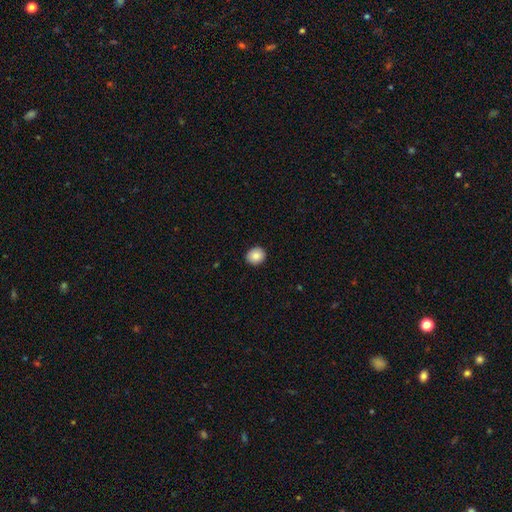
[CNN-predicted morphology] Smooth or featured? smooth (87%)
How rounded? round (80%)
Merging? none (91%)